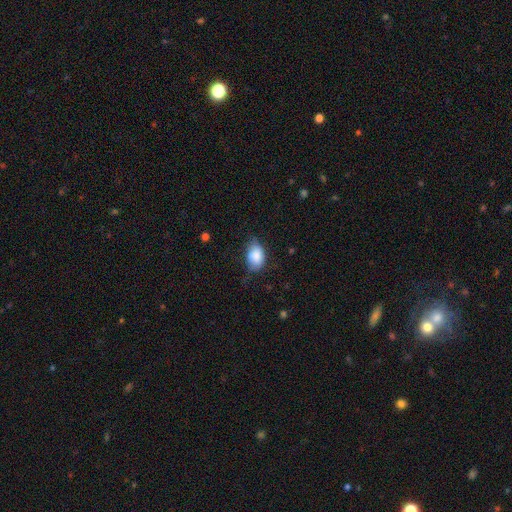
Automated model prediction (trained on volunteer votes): Smooth or featured?
  - smooth: 84% *
  - featured or disk: 9%
  - star or artifact: 7%
How rounded?
  - in between: 84% *
  - round: 14%
  - cigar-shaped: 1%
Merging?
  - none: 51% *
  - minor disturbance: 37%
  - major disturbance: 10%
  - merger: 2%